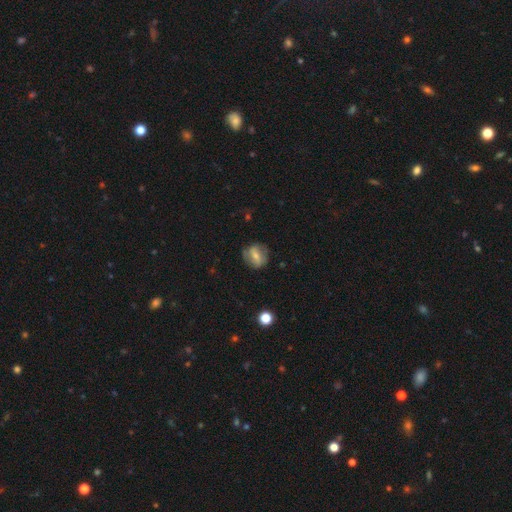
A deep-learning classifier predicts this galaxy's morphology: Smooth or featured: smooth — 49% (featured or disk — 43%)
Merging: none — 74% (minor disturbance — 18%)